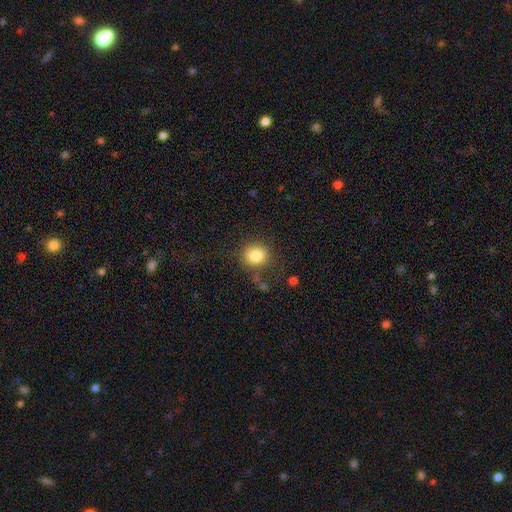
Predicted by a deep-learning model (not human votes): Smooth or featured? smooth (84%)
How rounded? round (79%)
Merging? none (81%)